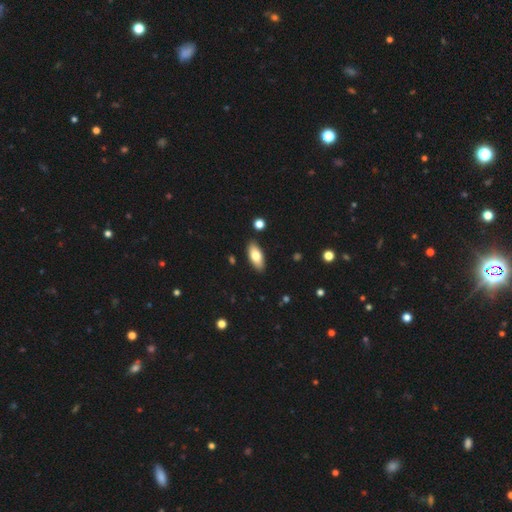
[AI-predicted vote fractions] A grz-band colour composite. It shows a smooth galaxy with no disk features (77%) that is in between round and cigar-shaped (85%). Merging: none (88%).